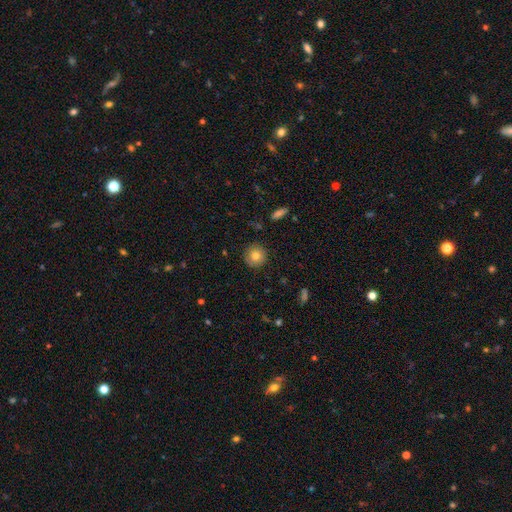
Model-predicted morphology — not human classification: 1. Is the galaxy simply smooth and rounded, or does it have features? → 79% smooth, 12% featured or disk, 10% star or artifact.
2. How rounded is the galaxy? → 94% round, 5% in between, 1% cigar-shaped.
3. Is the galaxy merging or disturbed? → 90% none, 7% minor disturbance, 2% major disturbance, 1% merger.